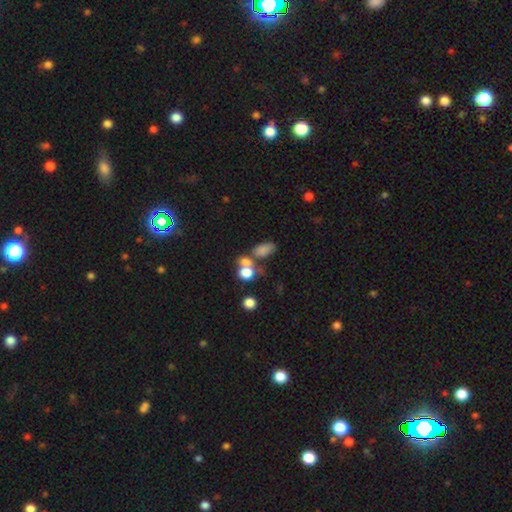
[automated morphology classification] Q: Smooth or featured?
A: smooth (45%); runner-up: star or artifact (35%)
Q: Merging?
A: none (45%); runner-up: merger (37%)